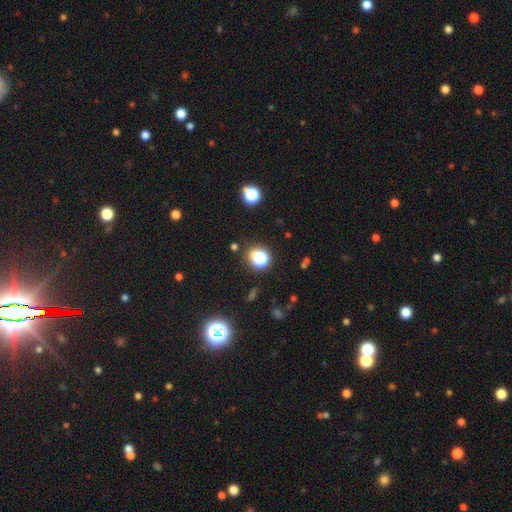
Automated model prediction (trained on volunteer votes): A smooth galaxy with no disk features (62%) that is round (73%).

Vote fractions:
- Smooth or featured? smooth: 62% / star or artifact: 30% / featured or disk: 8%
- How rounded? round: 73% / in between: 25% / cigar-shaped: 1%
- Merging? none: 73% / minor disturbance: 12% / merger: 9% / major disturbance: 6%